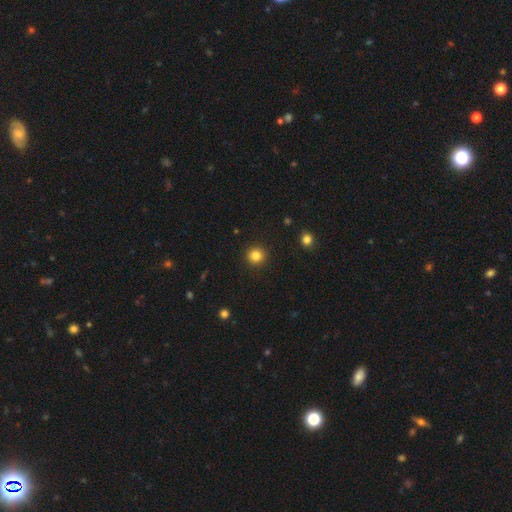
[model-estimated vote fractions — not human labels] Overall: smooth (84%). How rounded: round (94%). Merging: none (92%).